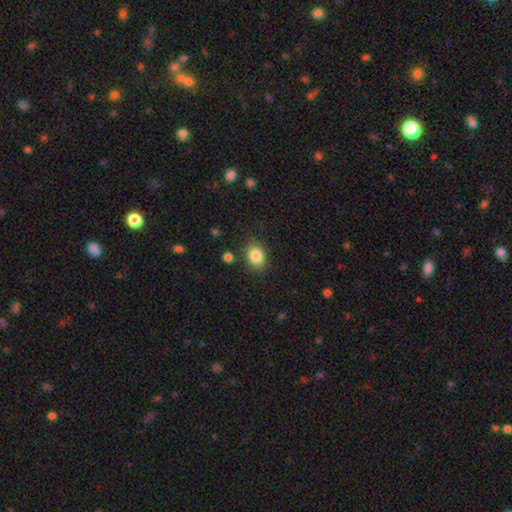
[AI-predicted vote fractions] This is clearly a smooth galaxy (84%). How rounded: possibly in between (54%). Merging: clearly none (82%).